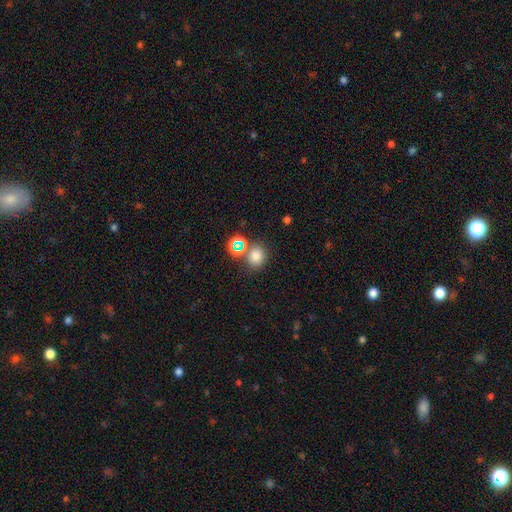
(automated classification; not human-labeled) Smooth or featured?
  - smooth: 72% *
  - star or artifact: 21%
  - featured or disk: 7%
How rounded?
  - round: 74% *
  - in between: 25%
  - cigar-shaped: 1%
Merging?
  - none: 70% *
  - merger: 17%
  - minor disturbance: 9%
  - major disturbance: 4%